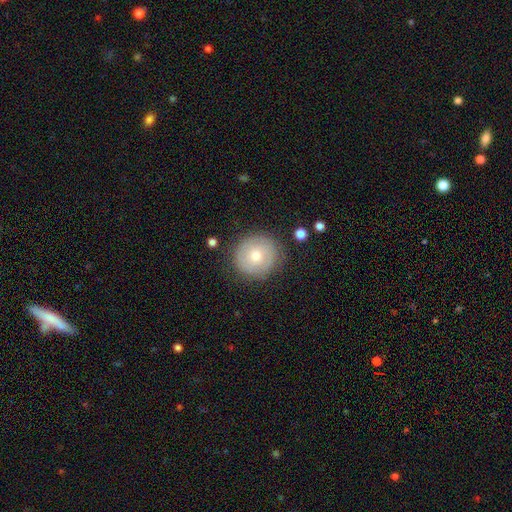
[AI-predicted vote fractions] Smooth or featured? smooth (61%)
How rounded? round (92%)
Merging? none (84%)